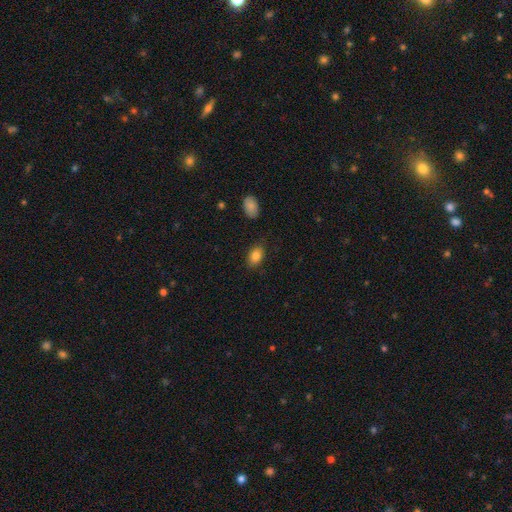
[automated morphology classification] Smooth or featured? Predicted: smooth (p=0.84). How rounded? Predicted: in between (p=0.84). Merging? Predicted: none (p=0.82).